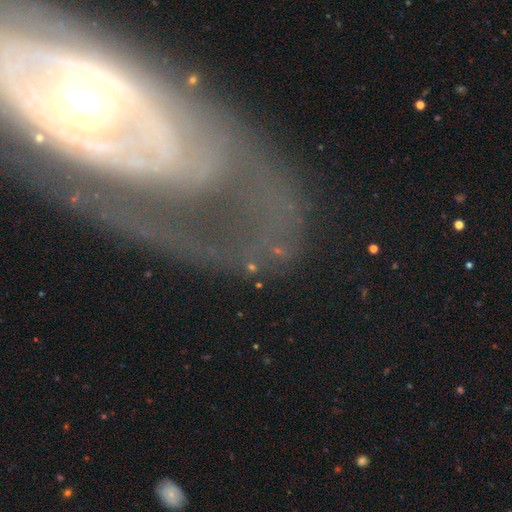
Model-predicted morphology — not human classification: Smooth or featured? featured or disk (72%)
Edge-on disk? no (84%)
Bar? no (52%)
Spiral arms? yes (62%)
Bulge size? moderate (47%)
Merging? none (65%)